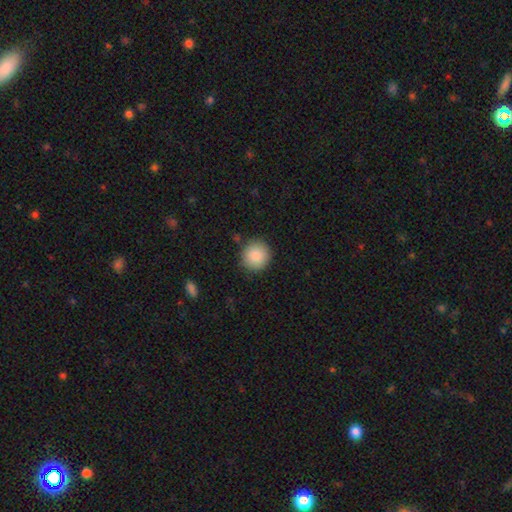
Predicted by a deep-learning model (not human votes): Smooth or featured?
  - smooth: 86% *
  - star or artifact: 8%
  - featured or disk: 6%
How rounded?
  - round: 93% *
  - in between: 6%
  - cigar-shaped: 1%
Merging?
  - none: 88% *
  - minor disturbance: 8%
  - major disturbance: 2%
  - merger: 2%